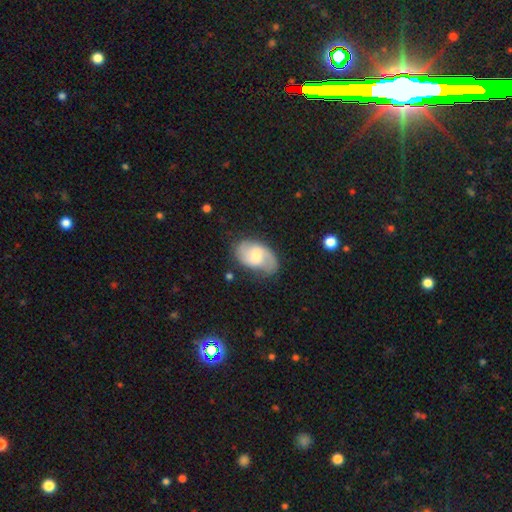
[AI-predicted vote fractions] Morphology: type=featured or disk (66%); edge-on=no (96%); bar=weak (47%); spiral arms=yes (90%); winding=medium (48%); arm count=2 (82%); bulge=moderate (55%); merging=none (71%).